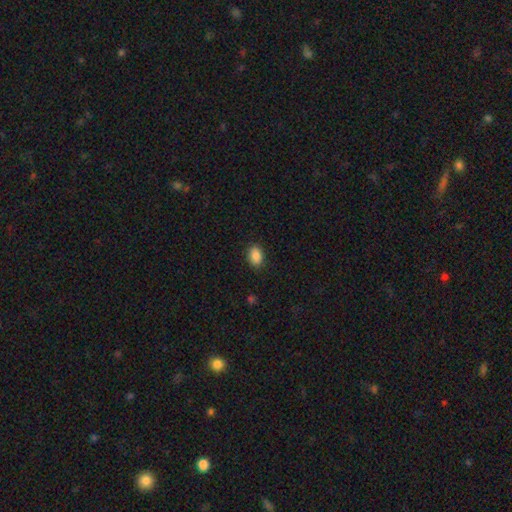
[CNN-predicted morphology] This is clearly a smooth galaxy (87%). How rounded: likely in between (79%). Merging: clearly none (88%).